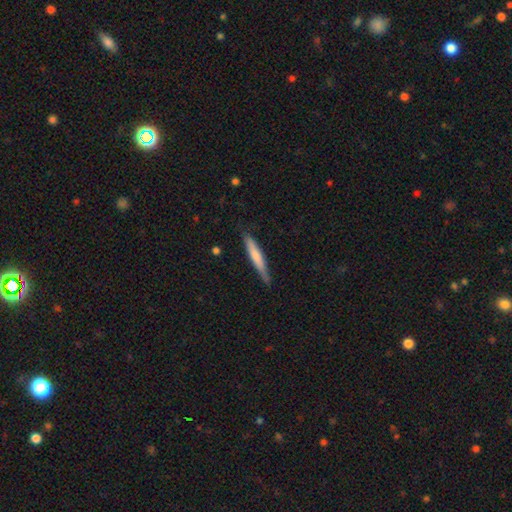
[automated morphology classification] smooth-or-featured: smooth: 66% | featured or disk: 29% | star or artifact: 5%
  how-rounded: cigar-shaped: 93% | in between: 5% | round: 1%
  merging: none: 78% | minor disturbance: 18% | major disturbance: 3% | merger: 1%